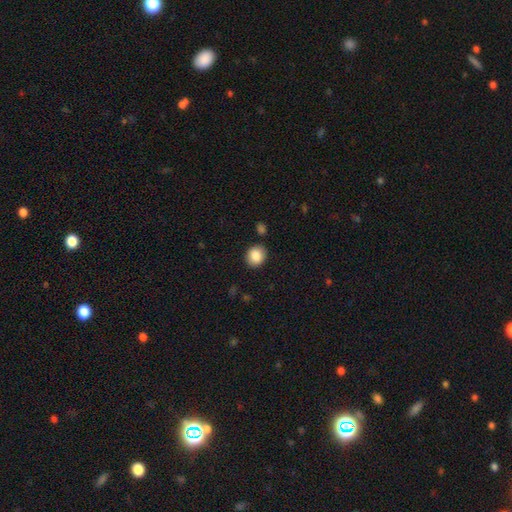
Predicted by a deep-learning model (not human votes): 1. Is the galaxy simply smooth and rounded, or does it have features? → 86% smooth, 8% star or artifact, 5% featured or disk.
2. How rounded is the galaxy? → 76% round, 23% in between, 1% cigar-shaped.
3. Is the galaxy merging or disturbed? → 87% none, 8% minor disturbance, 2% merger, 2% major disturbance.